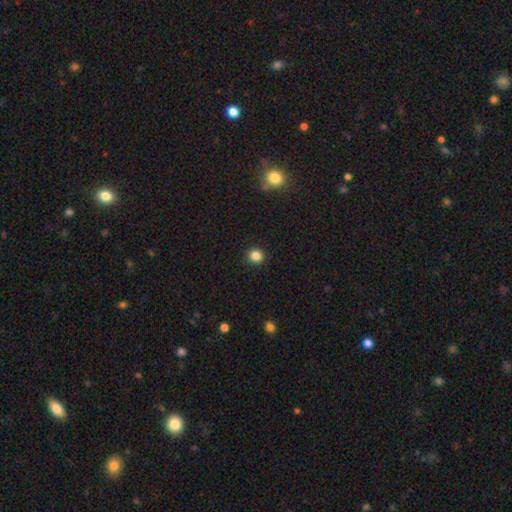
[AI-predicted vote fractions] smooth-or-featured: smooth: 84% | star or artifact: 12% | featured or disk: 4%
  how-rounded: round: 93% | in between: 6% | cigar-shaped: 1%
  merging: none: 93% | minor disturbance: 4% | major disturbance: 2% | merger: 1%